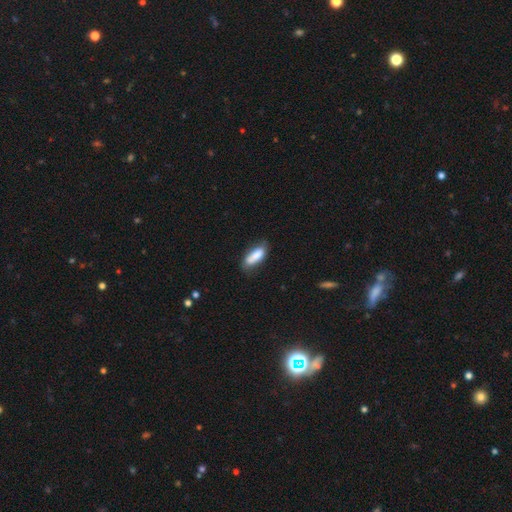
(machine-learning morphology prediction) smooth_or_featured: smooth (p=0.81) [alt: featured or disk p=0.13]
how_rounded: in between (p=0.66) [alt: cigar-shaped p=0.32]
merging: none (p=0.60) [alt: minor disturbance p=0.27]